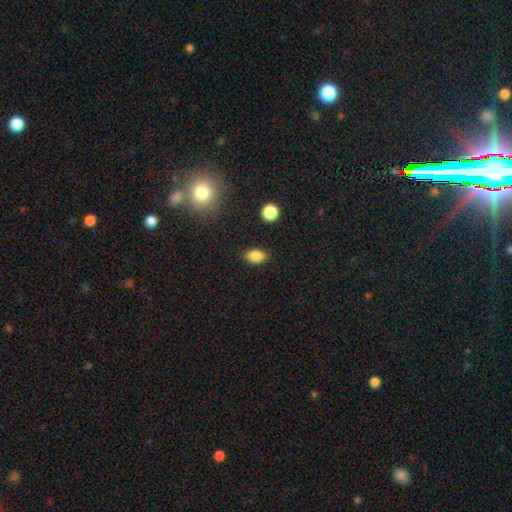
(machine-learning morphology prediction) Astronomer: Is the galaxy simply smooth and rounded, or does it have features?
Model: smooth — 85%.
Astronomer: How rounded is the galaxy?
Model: in between — 86%.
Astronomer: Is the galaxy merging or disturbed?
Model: none — 85%.